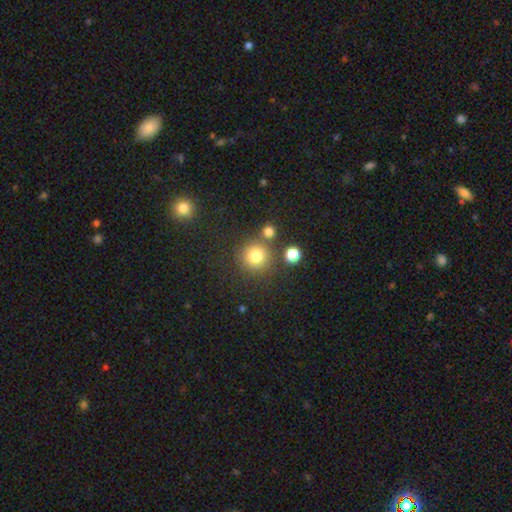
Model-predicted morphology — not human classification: Overall: smooth (78%). How rounded: round (93%). Merging: none (75%).